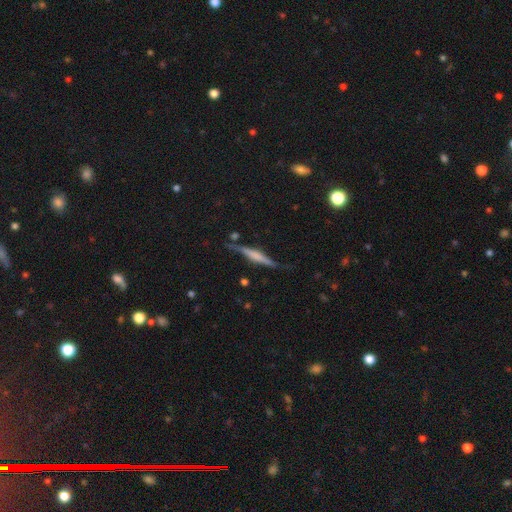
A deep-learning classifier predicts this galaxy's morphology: Smooth or featured? featured or disk (70%)
Edge-on disk? yes (96%)
Edge-on bulge? rounded (46%)
Merging? none (76%)